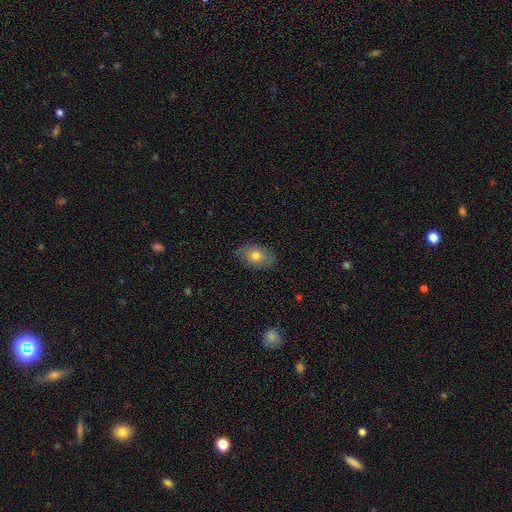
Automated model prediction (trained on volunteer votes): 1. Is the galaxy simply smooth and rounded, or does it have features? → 74% smooth, 17% featured or disk, 8% star or artifact.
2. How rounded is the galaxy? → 83% in between, 16% round, 1% cigar-shaped.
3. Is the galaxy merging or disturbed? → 81% none, 15% minor disturbance, 3% major disturbance, 1% merger.